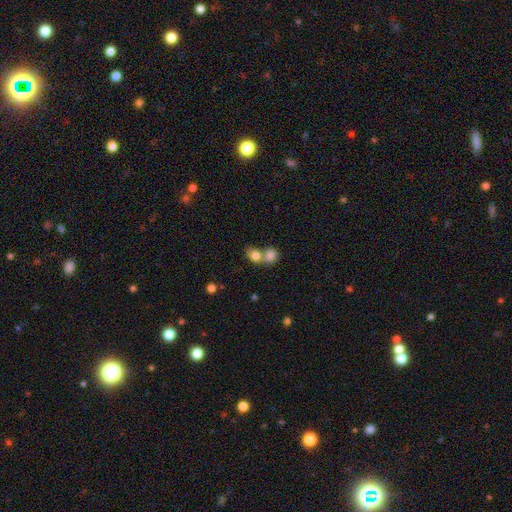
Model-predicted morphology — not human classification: The model was most divided on "how rounded": round: 54%, in between: 44%, cigar-shaped: 1%. More confident: smooth or featured — smooth (80%); merging — merger (61%).